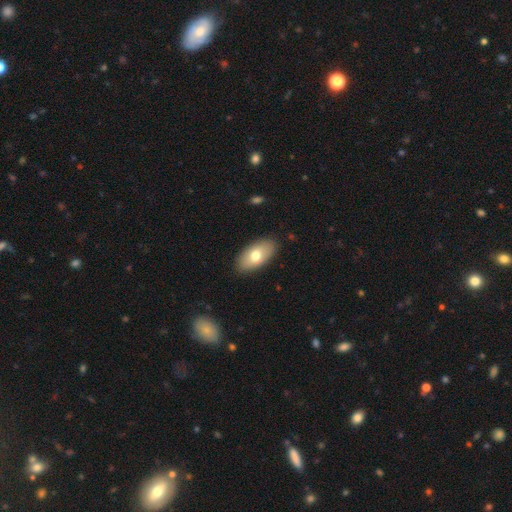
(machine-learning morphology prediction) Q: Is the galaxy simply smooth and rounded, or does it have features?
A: smooth — 71%.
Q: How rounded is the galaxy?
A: in between — 93%.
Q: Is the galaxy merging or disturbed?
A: none — 87%.